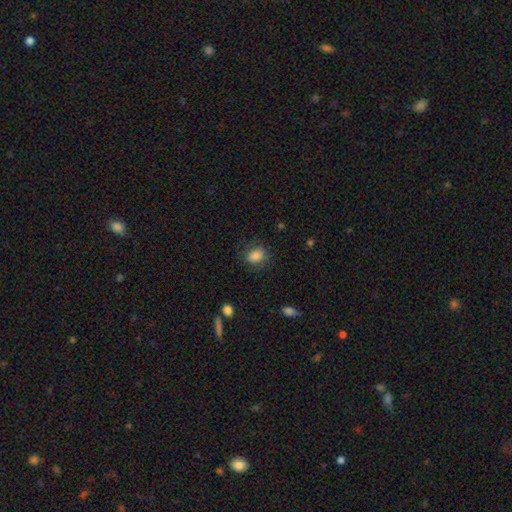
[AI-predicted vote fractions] This appears to be a smooth galaxy with no disk features (84%) that is in between round and cigar-shaped (62%). Merging: none (75%).